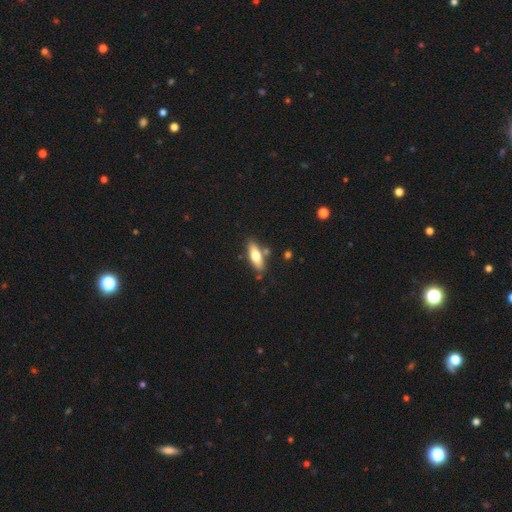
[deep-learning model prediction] Morphology: type=smooth (65%); roundness=in between (60%); merging=none (78%).